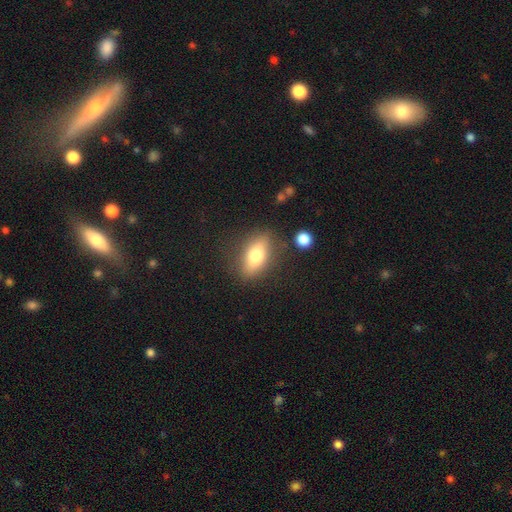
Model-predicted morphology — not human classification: smooth 69%, featured or disk 23%, star or artifact 8%. Down the decision tree: how rounded — in between (77%); merging — none (80%).